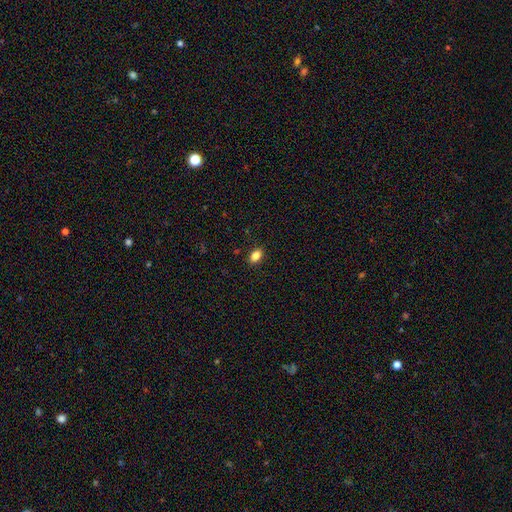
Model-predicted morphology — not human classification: Overall: smooth (84%). How rounded: in between (85%). Merging: none (88%).